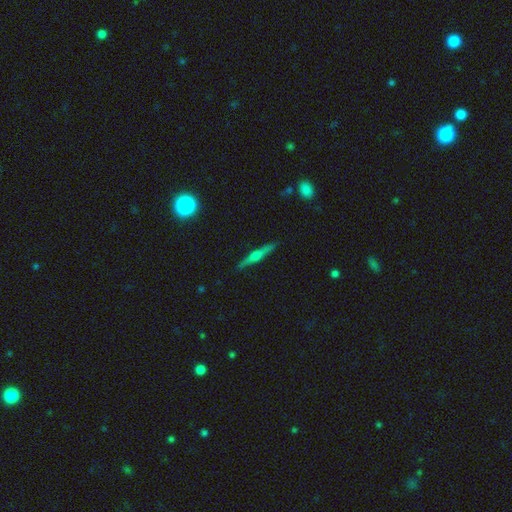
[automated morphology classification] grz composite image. It shows a featured or disk galaxy (70%) viewed edge-on (98%) with a rounded central bulge (86%). Merging: none (90%).